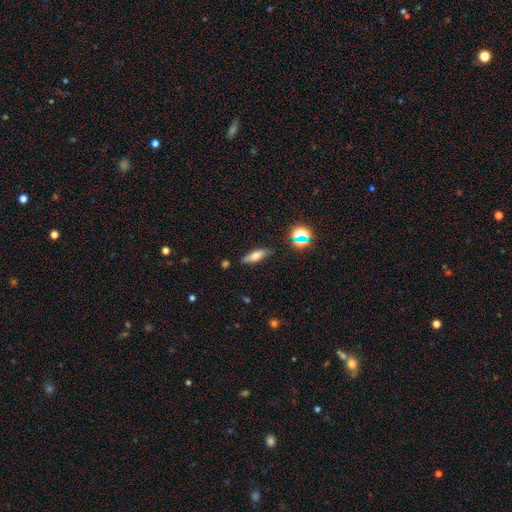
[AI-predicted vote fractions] Overall: smooth (61%; featured or disk 27%). How rounded: cigar-shaped (49%; in between 47%). Merging: none (83%).